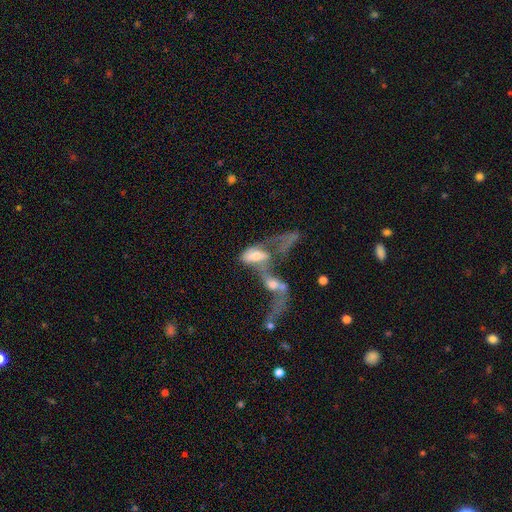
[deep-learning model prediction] featured or disk 51%, smooth 39%, star or artifact 10%. Down the decision tree: edge-on disk — no (87%); merging — merger (73%).